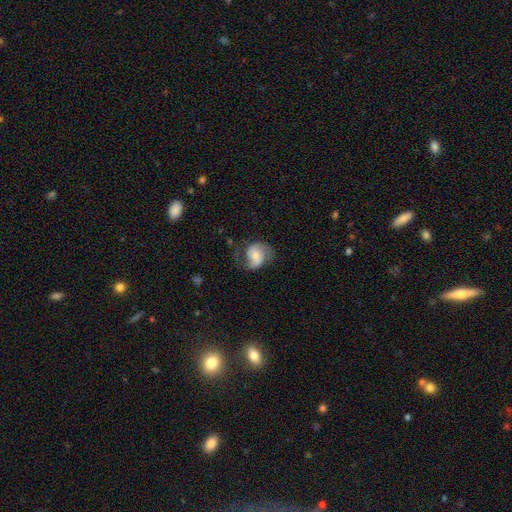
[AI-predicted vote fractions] This is possibly a featured or disk galaxy (60%). It is clearly not viewed edge-on (97%). Bar: possibly no (52%). Spiral arm pattern: clearly yes (87%). Spiral arm count: clearly 2 (83%). Spiral winding: marginally medium (44%). Central bulge: possibly small (45%). Merging: possibly none (55%).